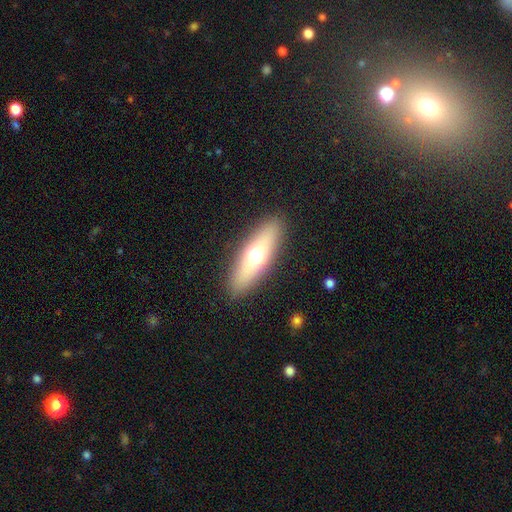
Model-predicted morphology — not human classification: smooth-or-featured: smooth: 58% | featured or disk: 33% | star or artifact: 9%
  how-rounded: in between: 50% | cigar-shaped: 46% | round: 4%
  merging: none: 88% | minor disturbance: 7% | major disturbance: 3% | merger: 1%